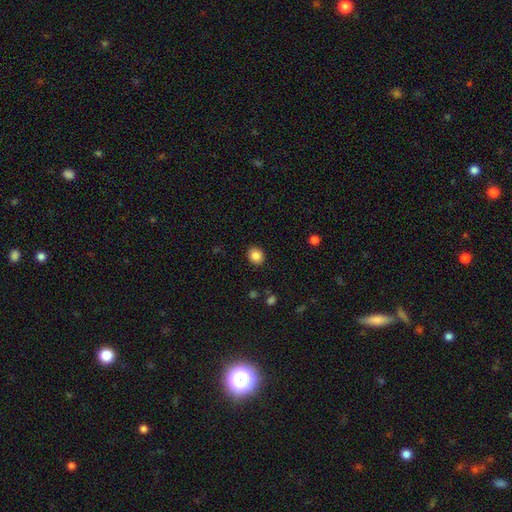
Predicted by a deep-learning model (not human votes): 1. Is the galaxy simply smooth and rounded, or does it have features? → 86% smooth, 10% star or artifact, 5% featured or disk.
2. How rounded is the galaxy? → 66% round, 33% in between, 1% cigar-shaped.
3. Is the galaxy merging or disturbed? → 90% none, 7% minor disturbance, 2% major disturbance, 1% merger.